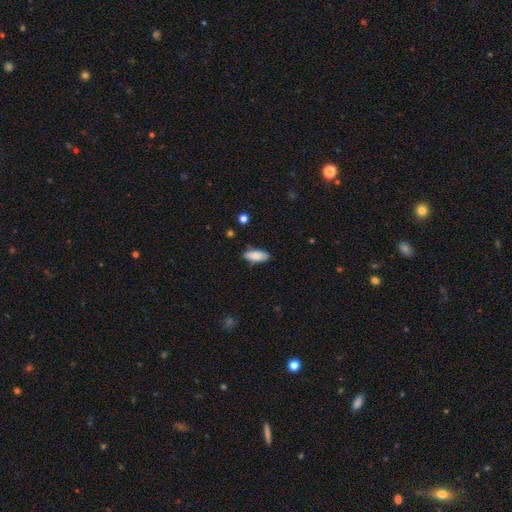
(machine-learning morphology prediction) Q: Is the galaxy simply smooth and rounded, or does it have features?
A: smooth — 87%.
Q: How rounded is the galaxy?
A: in between — 80%.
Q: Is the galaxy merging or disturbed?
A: none — 84%.